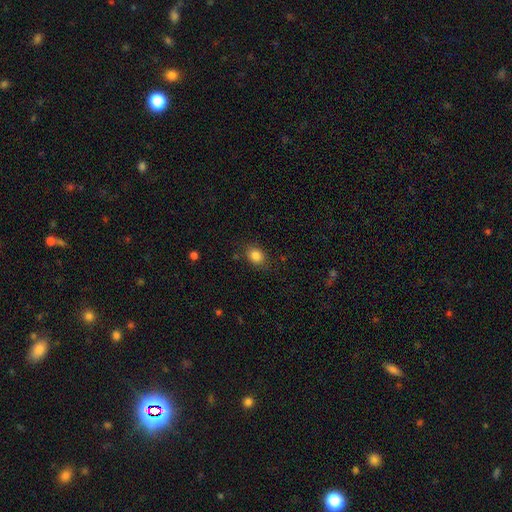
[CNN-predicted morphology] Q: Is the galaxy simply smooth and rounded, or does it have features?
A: smooth — 85%.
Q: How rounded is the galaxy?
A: in between — 58%.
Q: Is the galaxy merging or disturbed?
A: none — 82%.